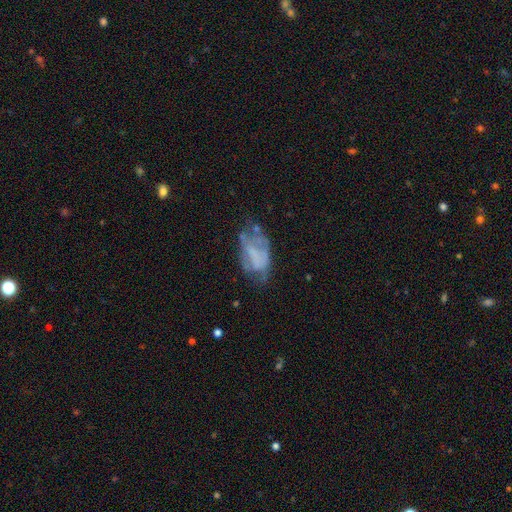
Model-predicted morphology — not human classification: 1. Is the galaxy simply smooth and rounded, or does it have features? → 55% featured or disk, 32% smooth, 13% star or artifact.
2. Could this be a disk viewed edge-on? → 95% no, 5% yes.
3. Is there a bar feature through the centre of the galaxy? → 67% no, 23% weak, 10% strong.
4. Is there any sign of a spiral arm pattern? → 70% no, 30% yes.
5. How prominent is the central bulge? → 67% none, 19% small, 10% moderate, 3% large, 1% dominant.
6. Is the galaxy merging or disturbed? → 41% none, 28% minor disturbance, 26% major disturbance, 4% merger.